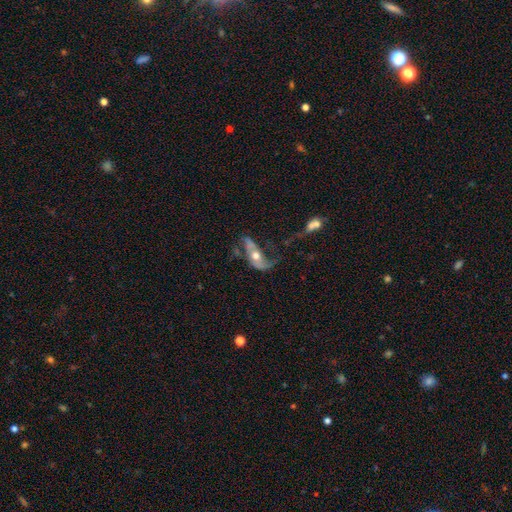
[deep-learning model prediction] smooth-or-featured: featured or disk: 70% | smooth: 23% | star or artifact: 7%
  disk-edge-on: no: 89% | yes: 11%
    bar: no: 70% | weak: 21% | strong: 10%
    has-spiral-arms: yes: 74% | no: 26%
    bulge-size: moderate: 72% | small: 13% | large: 12% | none: 2% | dominant: 2%
  merging: major disturbance: 38% | none: 29% | minor disturbance: 20% | merger: 13%